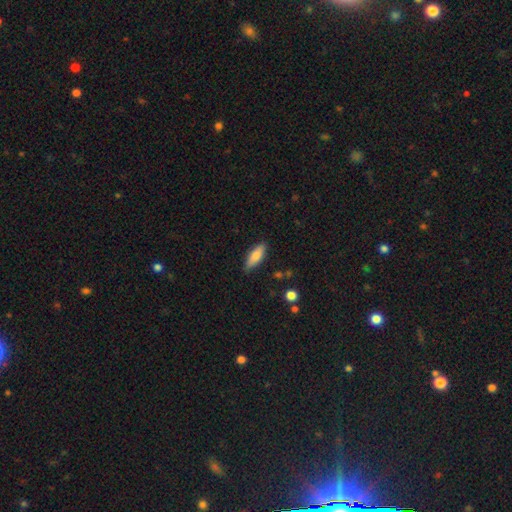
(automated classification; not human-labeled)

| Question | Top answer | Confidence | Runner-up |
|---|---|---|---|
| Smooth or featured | smooth | 78% | featured or disk (16%) |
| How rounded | in between | 63% | cigar-shaped (35%) |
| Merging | none | 83% | minor disturbance (13%) |